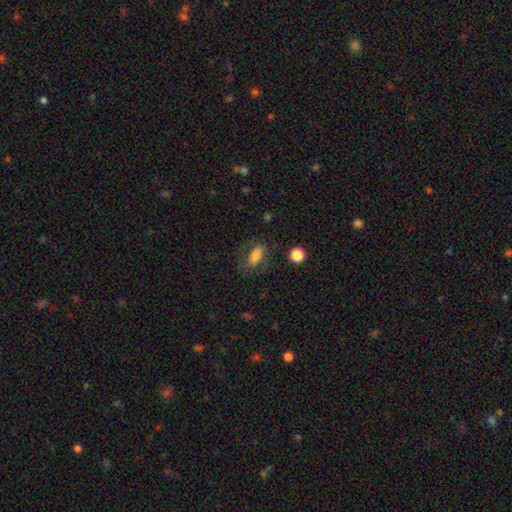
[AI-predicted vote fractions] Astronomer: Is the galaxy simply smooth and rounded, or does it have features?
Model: smooth — 66%.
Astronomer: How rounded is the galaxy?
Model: in between — 80%.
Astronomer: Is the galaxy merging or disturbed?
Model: none — 65%.